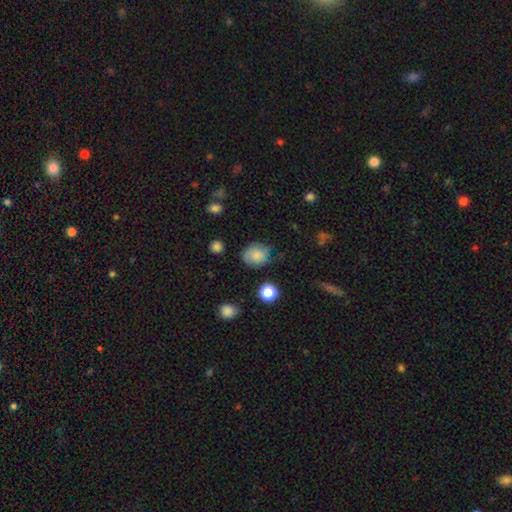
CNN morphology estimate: A smooth galaxy with no disk features (78%) that is round (59%).

Vote fractions:
- Smooth or featured? smooth: 78% / featured or disk: 12% / star or artifact: 10%
- How rounded? round: 59% / in between: 40% / cigar-shaped: 1%
- Merging? none: 63% / minor disturbance: 26% / major disturbance: 8% / merger: 3%